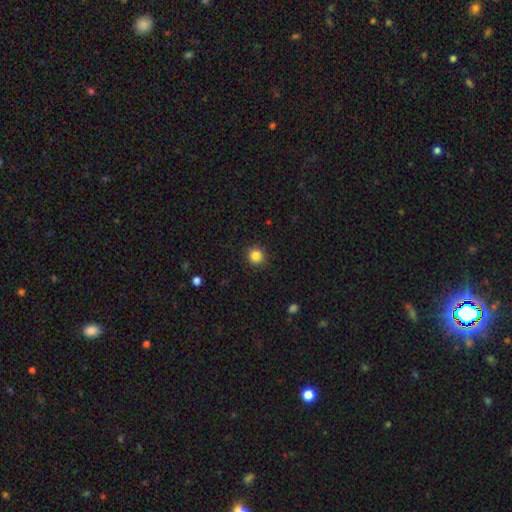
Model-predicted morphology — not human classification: Smooth or featured?
  - smooth: 85% *
  - star or artifact: 11%
  - featured or disk: 4%
How rounded?
  - round: 93% *
  - in between: 6%
  - cigar-shaped: 1%
Merging?
  - none: 91% *
  - minor disturbance: 6%
  - major disturbance: 2%
  - merger: 1%